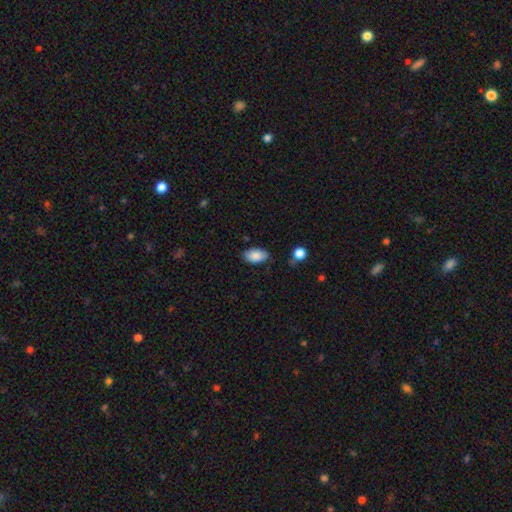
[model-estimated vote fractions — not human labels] This appears to be a smooth galaxy with no disk features (86%) that is in between round and cigar-shaped (94%). Merging: none (78%).